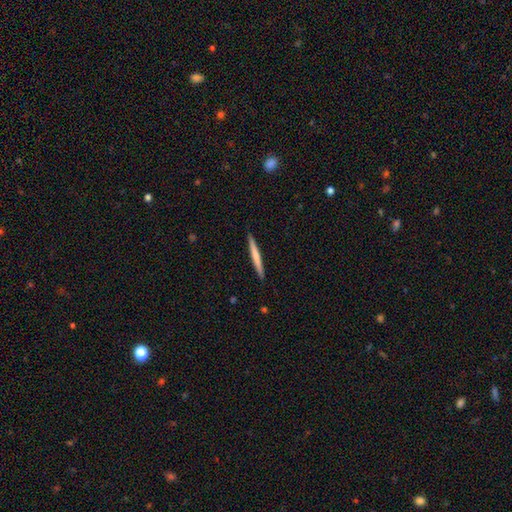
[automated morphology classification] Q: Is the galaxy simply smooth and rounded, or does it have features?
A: smooth — 63%.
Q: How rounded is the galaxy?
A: cigar-shaped — 97%.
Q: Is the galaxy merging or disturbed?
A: none — 92%.